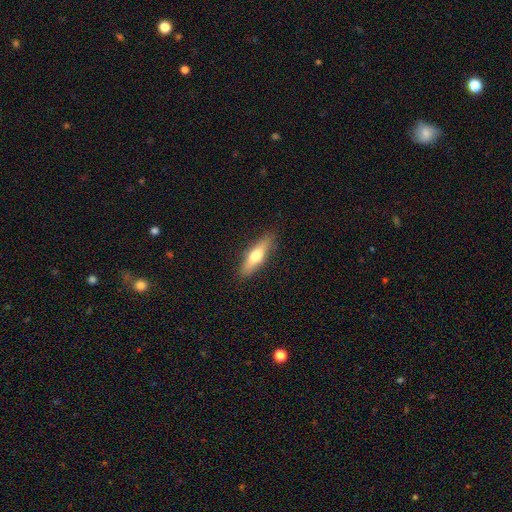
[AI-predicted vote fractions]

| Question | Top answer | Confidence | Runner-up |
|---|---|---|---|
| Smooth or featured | smooth | 60% | featured or disk (34%) |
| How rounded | cigar-shaped | 65% | in between (33%) |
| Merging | none | 87% | minor disturbance (10%) |